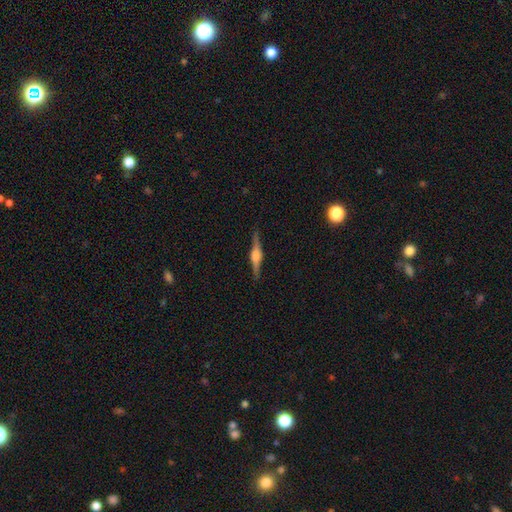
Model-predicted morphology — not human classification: Overall: featured or disk (76%). Edge-on disk: yes (98%). Edge-on bulge: rounded (81%). Merging: none (89%).